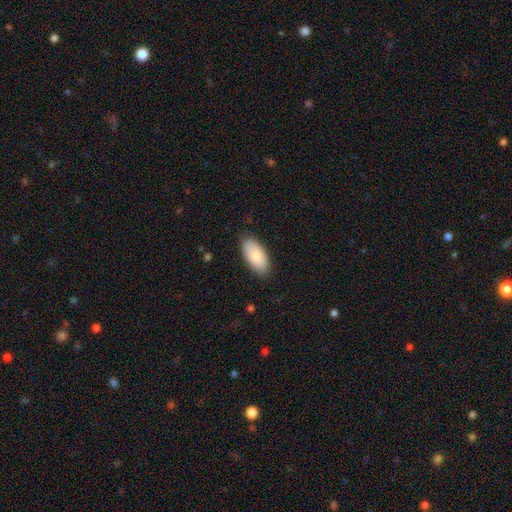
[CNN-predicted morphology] smooth-or-featured: smooth: 84% | featured or disk: 10% | star or artifact: 6%
  how-rounded: in between: 93% | cigar-shaped: 6% | round: 2%
  merging: none: 85% | minor disturbance: 12% | major disturbance: 2% | merger: 1%